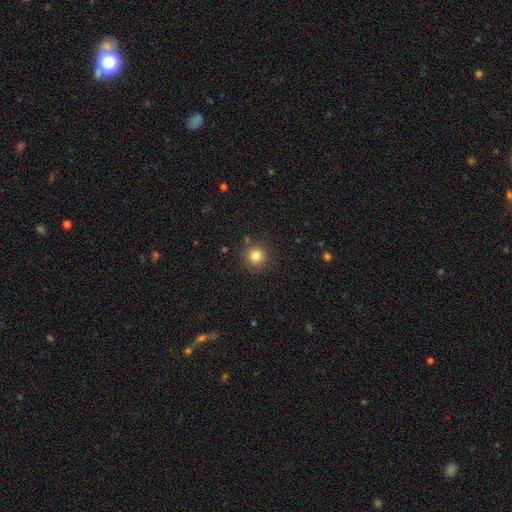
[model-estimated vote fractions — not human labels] Morphology: type=smooth (82%); roundness=round (95%); merging=none (87%).